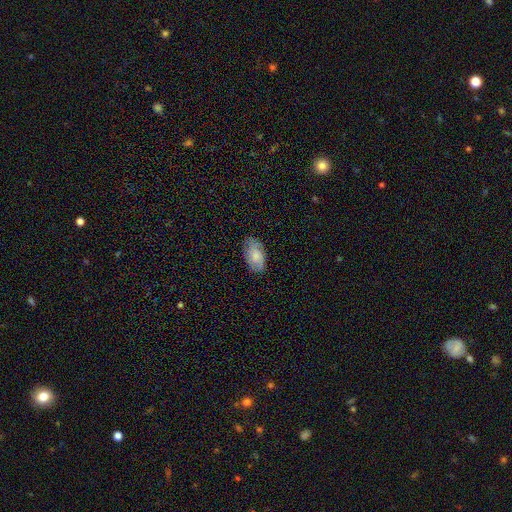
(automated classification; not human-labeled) smooth 56%, featured or disk 37%, star or artifact 8%. Down the decision tree: how rounded — in between (93%); merging — none (77%).